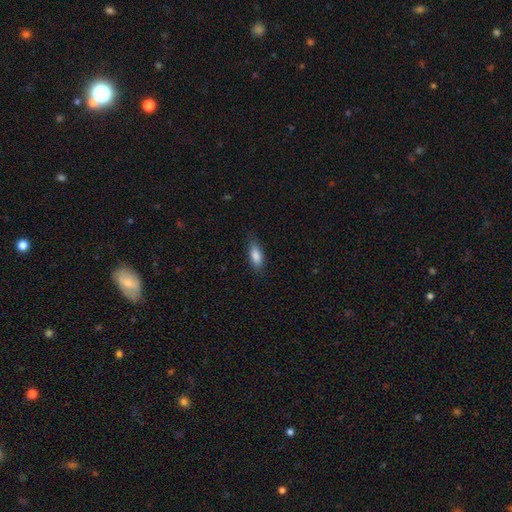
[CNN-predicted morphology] The model was most divided on "how rounded": in between: 77%, cigar-shaped: 20%, round: 3%. More confident: smooth or featured — smooth (84%); merging — none (78%).